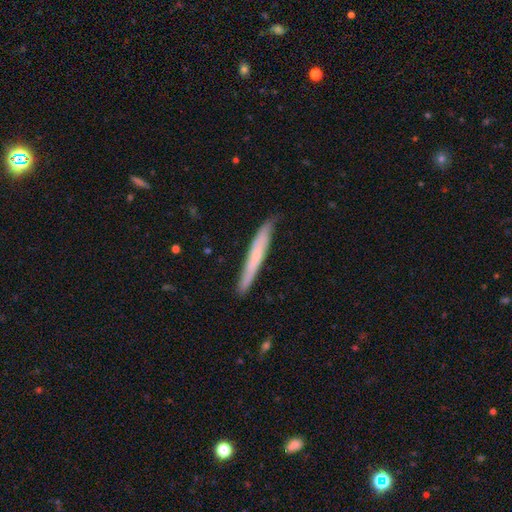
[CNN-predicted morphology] Smooth or featured?
  - smooth: 51% *
  - featured or disk: 43%
  - star or artifact: 6%
How rounded?
  - cigar-shaped: 96% *
  - in between: 3%
  - round: 1%
Merging?
  - none: 82% *
  - minor disturbance: 15%
  - major disturbance: 2%
  - merger: 1%